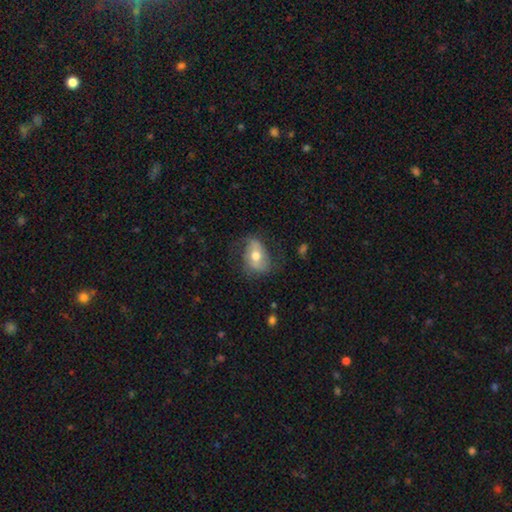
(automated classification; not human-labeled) A smooth galaxy with no disk features (48%). Merging: none (61%).